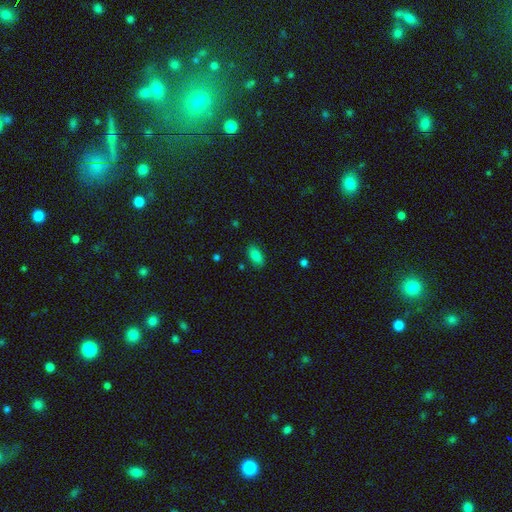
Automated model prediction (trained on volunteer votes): This is clearly a smooth galaxy (85%). How rounded: clearly in between (91%). Merging: clearly none (84%).